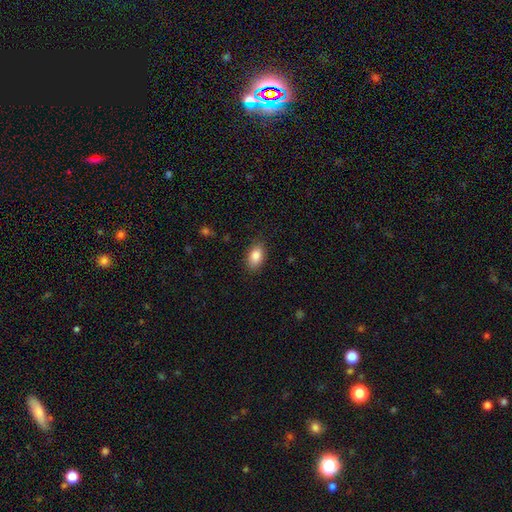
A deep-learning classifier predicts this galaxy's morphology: Smooth or featured?
  - smooth: 87% *
  - star or artifact: 8%
  - featured or disk: 6%
How rounded?
  - in between: 90% *
  - round: 8%
  - cigar-shaped: 2%
Merging?
  - none: 86% *
  - minor disturbance: 11%
  - major disturbance: 3%
  - merger: 1%